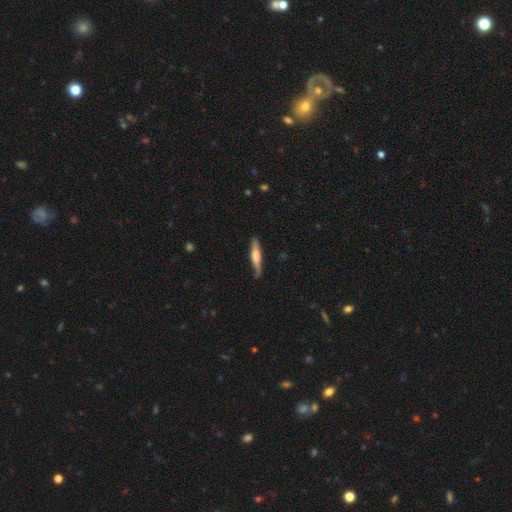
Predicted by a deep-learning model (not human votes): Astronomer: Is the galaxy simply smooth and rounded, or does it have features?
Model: smooth — 56% (runner-up: featured or disk, 39%).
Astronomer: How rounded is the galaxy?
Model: cigar-shaped — 87%.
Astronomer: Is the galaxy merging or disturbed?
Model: none — 76%.